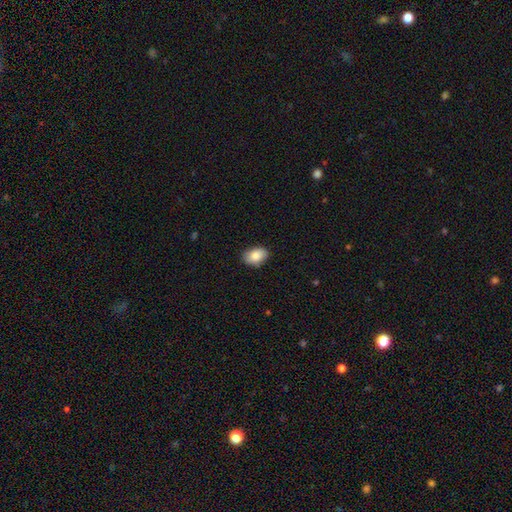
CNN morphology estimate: This appears to be a smooth galaxy with no disk features (87%) that is in between round and cigar-shaped (84%). Merging: none (86%).